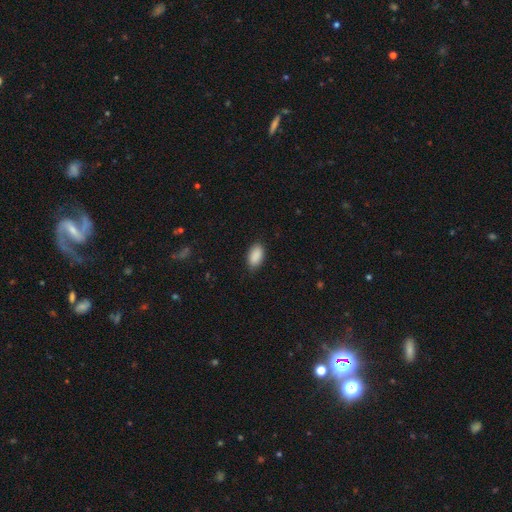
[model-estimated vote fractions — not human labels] smooth_or_featured: smooth (p=0.90) [alt: star or artifact p=0.07]
how_rounded: in between (p=0.94) [alt: round p=0.04]
merging: none (p=0.84) [alt: minor disturbance p=0.13]